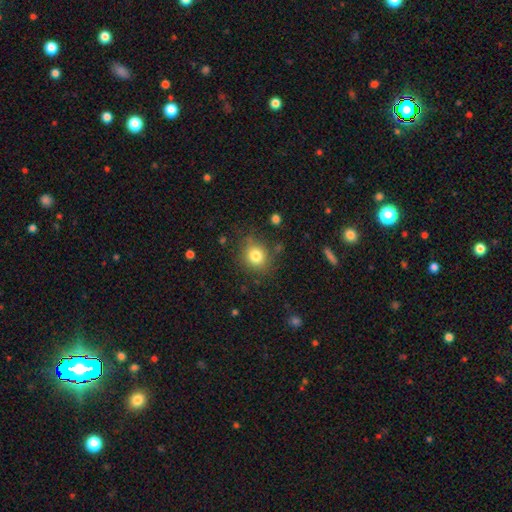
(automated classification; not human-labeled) Smooth or featured: smooth — 81% (star or artifact — 11%)
How rounded: round — 81% (in between — 18%)
Merging: none — 82% (minor disturbance — 11%)